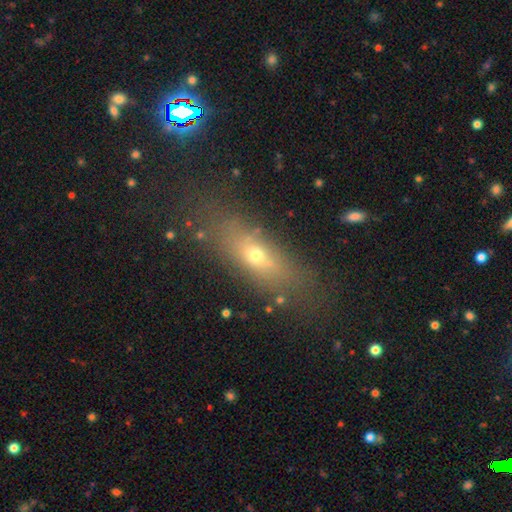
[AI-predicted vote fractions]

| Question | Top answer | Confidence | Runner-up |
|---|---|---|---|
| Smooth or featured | smooth | 57% | featured or disk (26%) |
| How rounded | in between | 48% | cigar-shaped (45%) |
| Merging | none | 76% | minor disturbance (13%) |